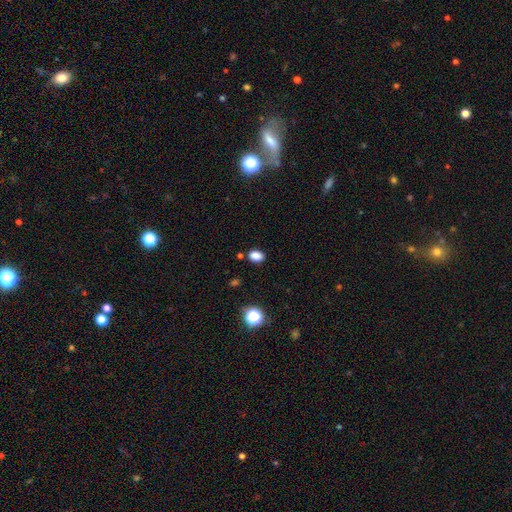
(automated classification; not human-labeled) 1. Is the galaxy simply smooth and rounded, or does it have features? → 84% smooth, 12% star or artifact, 4% featured or disk.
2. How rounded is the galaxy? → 76% in between, 23% round, 1% cigar-shaped.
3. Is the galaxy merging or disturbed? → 84% none, 10% minor disturbance, 3% merger, 3% major disturbance.